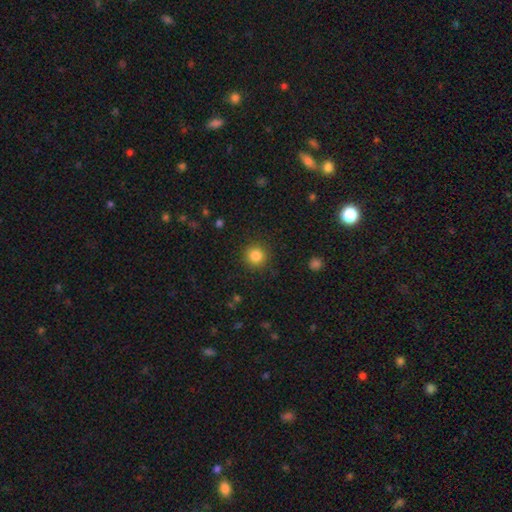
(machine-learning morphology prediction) Q: Smooth or featured?
A: smooth (83%); runner-up: star or artifact (12%)
Q: How rounded?
A: round (94%); runner-up: in between (5%)
Q: Merging?
A: none (90%); runner-up: minor disturbance (6%)